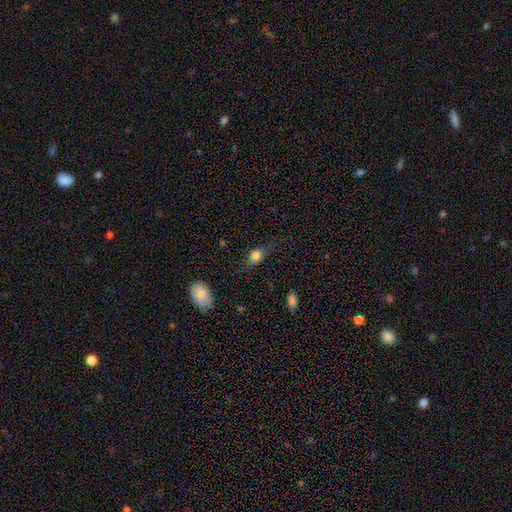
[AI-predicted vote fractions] This appears to be a smooth galaxy with no disk features (74%) that is in between round and cigar-shaped (68%). Merging: none (64%).